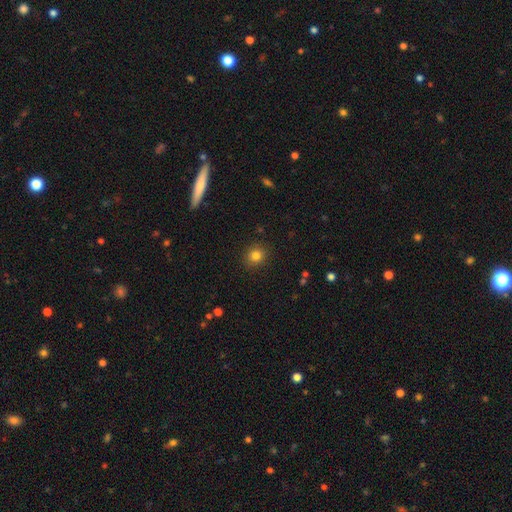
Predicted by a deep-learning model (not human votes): This is clearly a smooth galaxy (82%). How rounded: clearly round (86%). Merging: clearly none (90%).